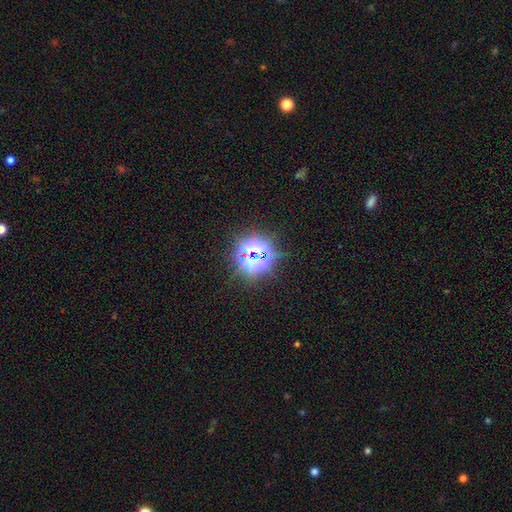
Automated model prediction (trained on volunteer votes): Smooth or featured?
  - star or artifact: 72% *
  - smooth: 19%
  - featured or disk: 9%